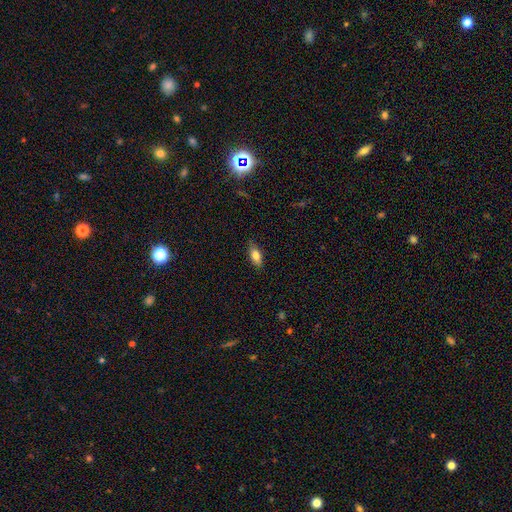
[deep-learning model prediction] Overall: smooth (77%). How rounded: in between (81%). Merging: none (82%).